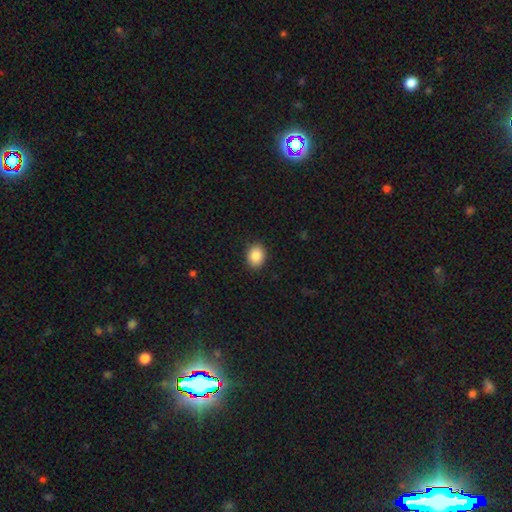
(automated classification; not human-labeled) A smooth galaxy with no disk features (86%) that is in between round and cigar-shaped (51%).

Vote fractions:
- Smooth or featured? smooth: 86% / star or artifact: 9% / featured or disk: 5%
- How rounded? in between: 51% / round: 49% / cigar-shaped: 1%
- Merging? none: 89% / minor disturbance: 8% / major disturbance: 2% / merger: 1%